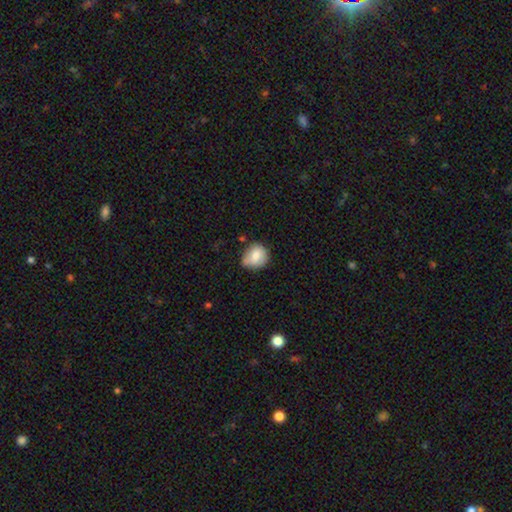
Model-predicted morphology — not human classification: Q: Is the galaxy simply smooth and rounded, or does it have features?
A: smooth — 77%.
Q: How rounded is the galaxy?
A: round — 74%.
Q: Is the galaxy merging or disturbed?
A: none — 59%.